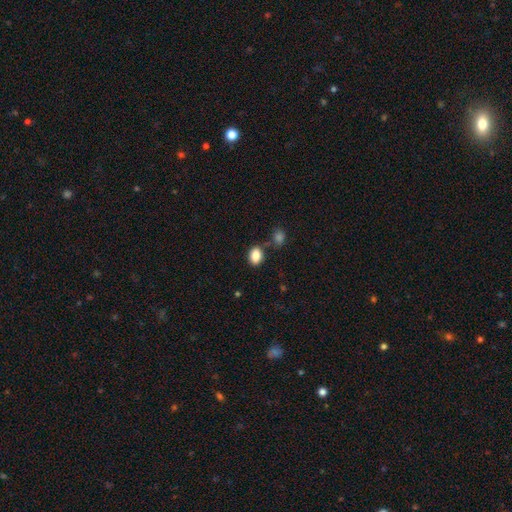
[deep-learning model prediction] A smooth galaxy with no disk features (86%) that is in between round and cigar-shaped (76%).

Vote fractions:
- Smooth or featured? smooth: 86% / star or artifact: 9% / featured or disk: 5%
- How rounded? in between: 76% / round: 23% / cigar-shaped: 1%
- Merging? none: 72% / minor disturbance: 15% / merger: 10% / major disturbance: 4%